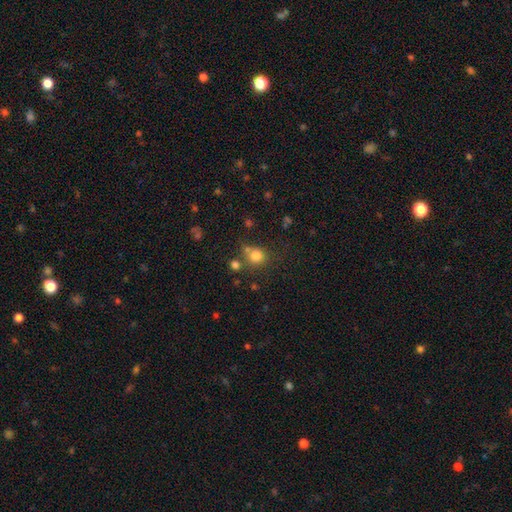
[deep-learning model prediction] Morphology: type=smooth (78%); roundness=round (89%); merging=none (67%).